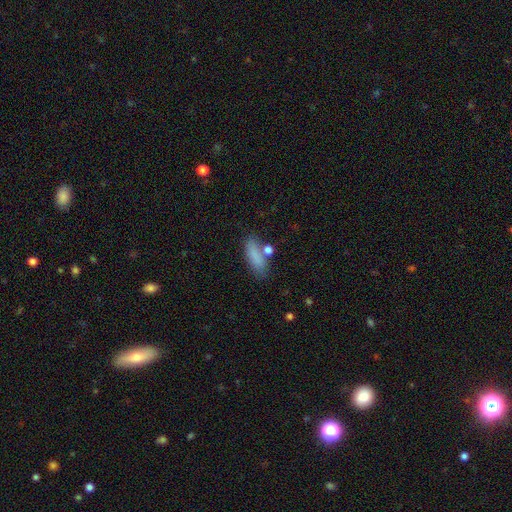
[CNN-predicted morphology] Smooth or featured? Predicted: smooth (p=0.83). How rounded? Predicted: in between (p=0.65). Merging? Predicted: none (p=0.67).